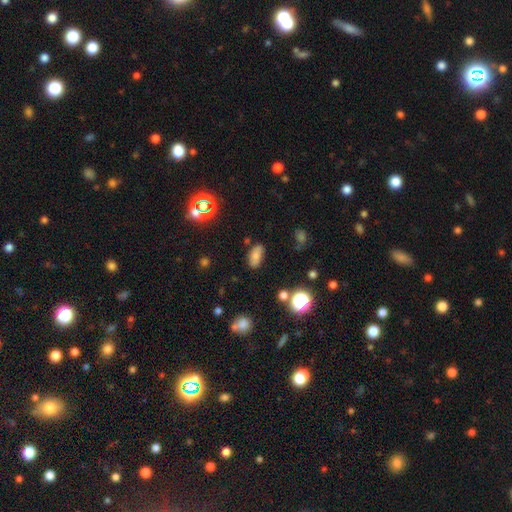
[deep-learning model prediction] A smooth galaxy with no disk features (70%) that is in between round and cigar-shaped (88%). Merging: none (78%).